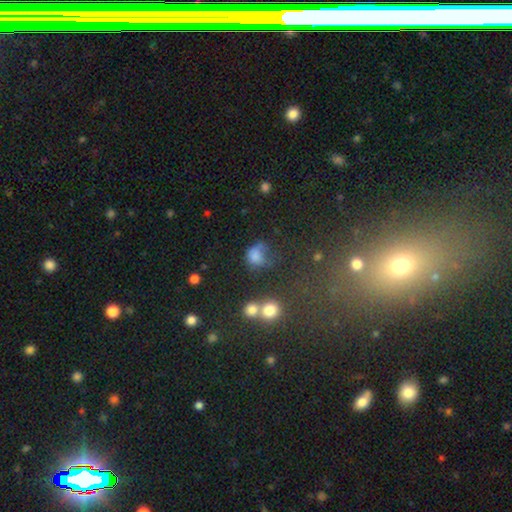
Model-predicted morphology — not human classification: The model was most divided on "merging": none: 34%, major disturbance: 24%, minor disturbance: 23%, merger: 19%. More confident: smooth or featured — smooth (70%); how rounded — round (56%).